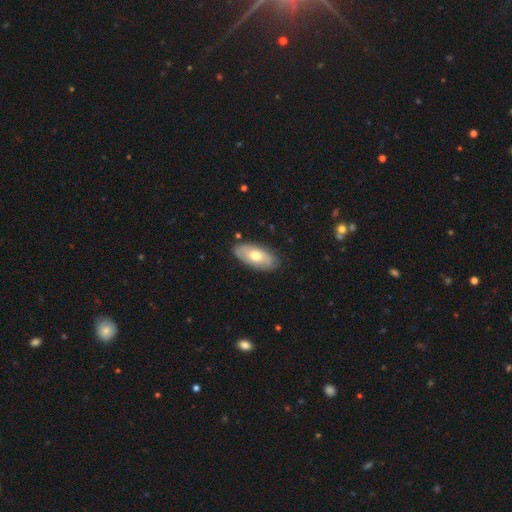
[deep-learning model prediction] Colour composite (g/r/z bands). It shows a smooth galaxy with no disk features (58%) that is in between round and cigar-shaped (91%). Merging: none (83%).